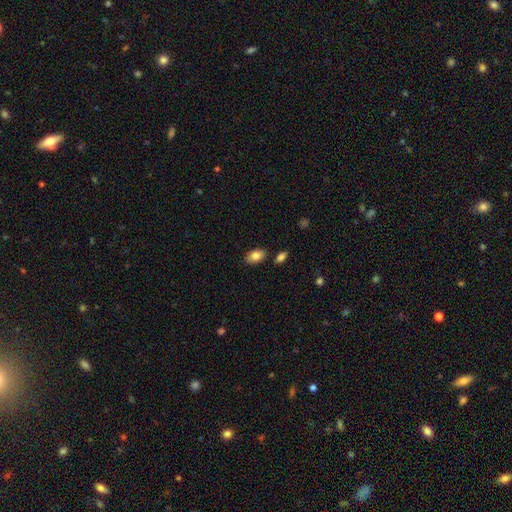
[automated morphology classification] Smooth or featured?
  - smooth: 83% *
  - featured or disk: 10%
  - star or artifact: 8%
How rounded?
  - in between: 91% *
  - round: 8%
  - cigar-shaped: 2%
Merging?
  - none: 83% *
  - minor disturbance: 10%
  - merger: 5%
  - major disturbance: 2%